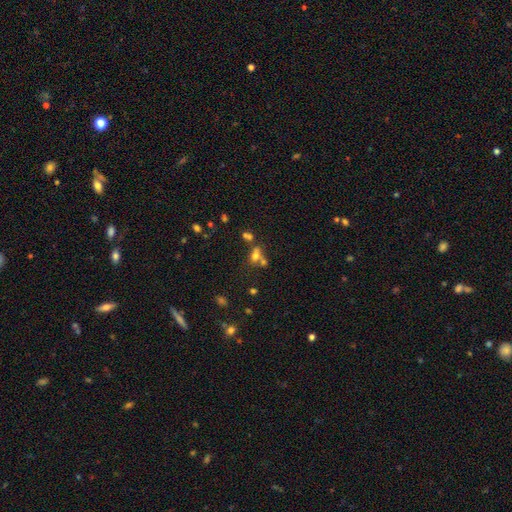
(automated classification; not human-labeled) smooth-or-featured: smooth: 59% | featured or disk: 22% | star or artifact: 20%
  how-rounded: in between: 58% | round: 36% | cigar-shaped: 6%
  merging: merger: 45% | none: 36% | minor disturbance: 11% | major disturbance: 7%